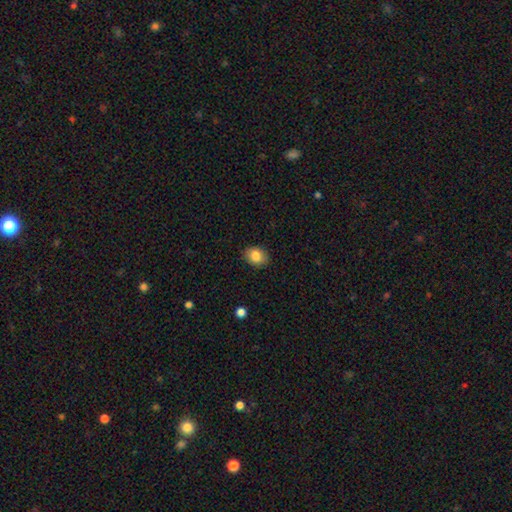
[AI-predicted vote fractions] Q: Smooth or featured?
A: smooth (84%); runner-up: star or artifact (9%)
Q: How rounded?
A: in between (55%); runner-up: round (44%)
Q: Merging?
A: none (88%); runner-up: minor disturbance (9%)